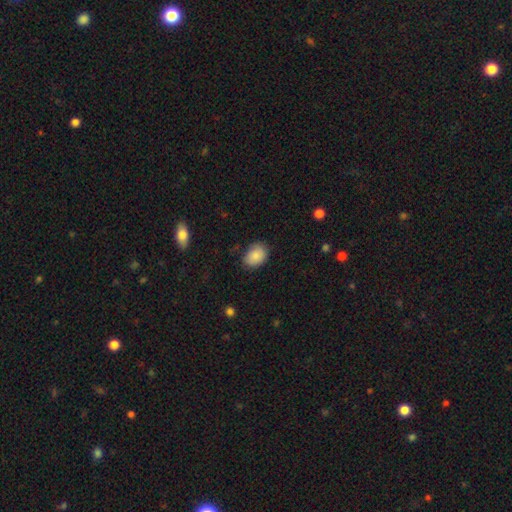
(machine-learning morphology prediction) This appears to be a smooth galaxy with no disk features (85%) that is in between round and cigar-shaped (74%). Merging: none (78%).